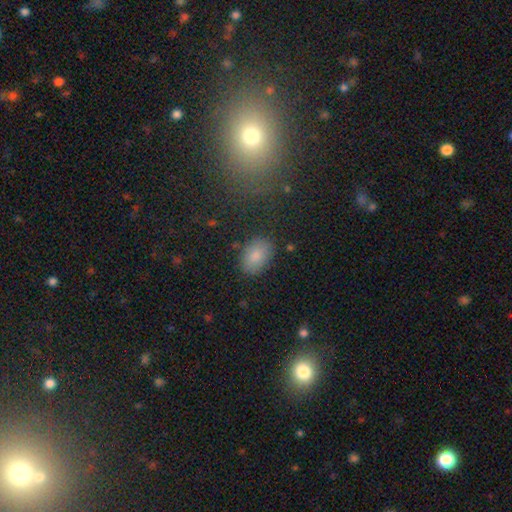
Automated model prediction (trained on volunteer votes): Smooth or featured?
  - smooth: 85% *
  - star or artifact: 8%
  - featured or disk: 7%
How rounded?
  - in between: 86% *
  - round: 13%
  - cigar-shaped: 1%
Merging?
  - none: 82% *
  - minor disturbance: 12%
  - major disturbance: 3%
  - merger: 2%